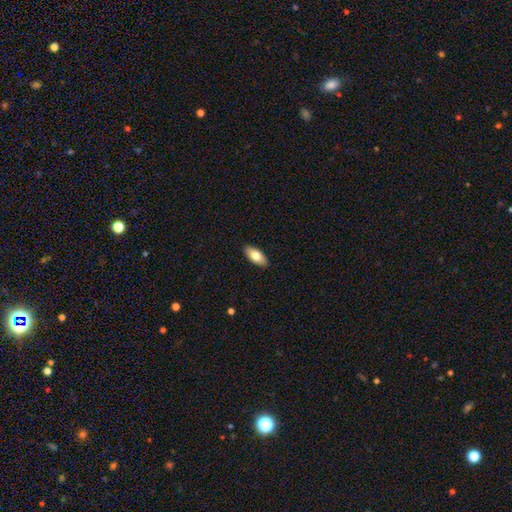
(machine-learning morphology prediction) smooth_or_featured: smooth (p=0.75) [alt: featured or disk p=0.19]
how_rounded: in between (p=0.86) [alt: cigar-shaped p=0.11]
merging: none (p=0.90) [alt: minor disturbance p=0.08]